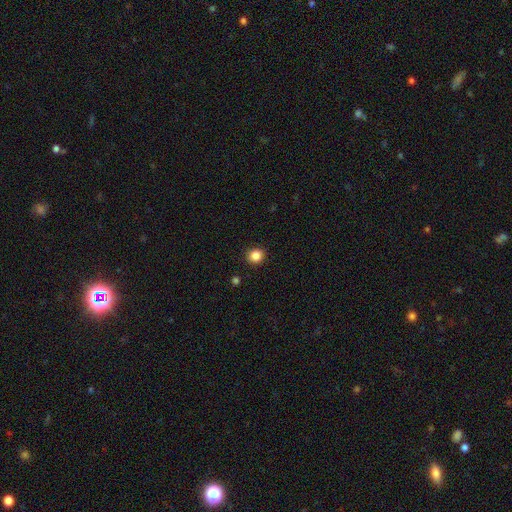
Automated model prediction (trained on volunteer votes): Smooth or featured? smooth (85%)
How rounded? round (87%)
Merging? none (92%)